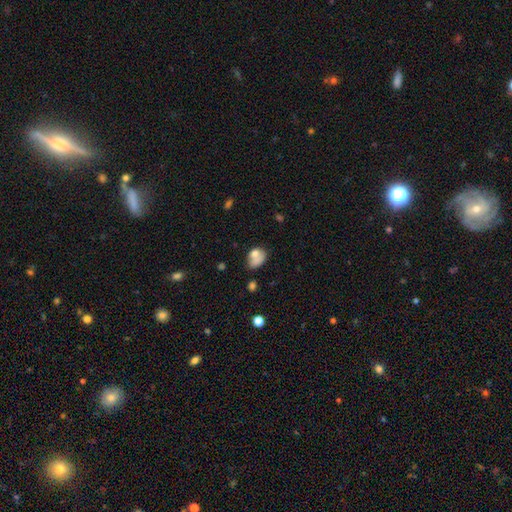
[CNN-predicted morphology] Smooth or featured? smooth (72%)
How rounded? in between (67%)
Merging? none (32%)